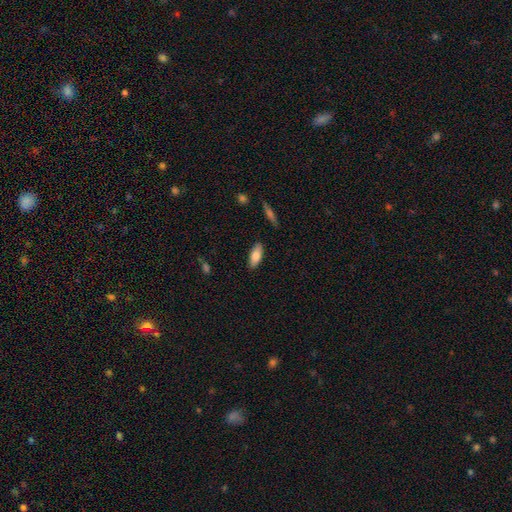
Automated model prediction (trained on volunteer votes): Morphology: type=smooth (81%); roundness=in between (78%); merging=none (86%).